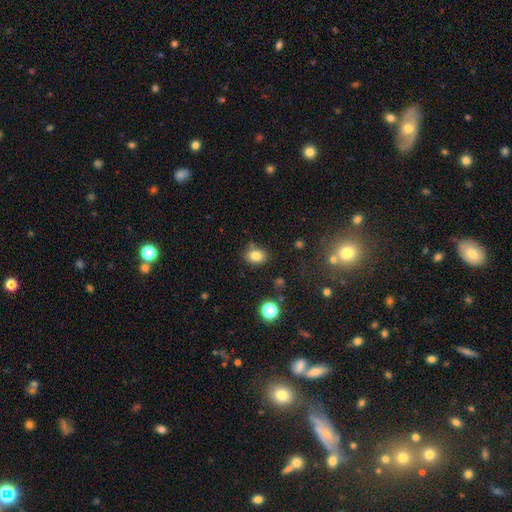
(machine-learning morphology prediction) Smooth or featured? smooth (81%)
How rounded? in between (58%)
Merging? none (78%)